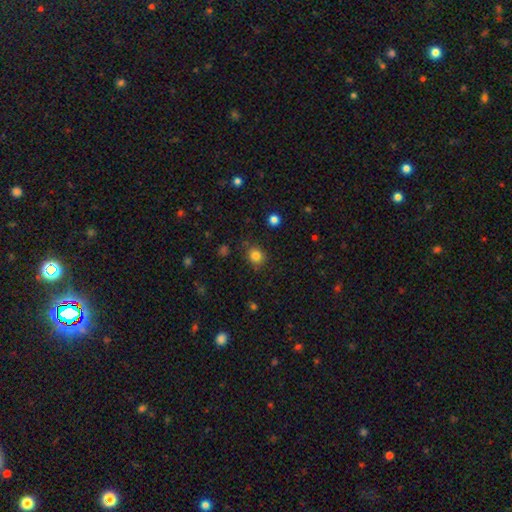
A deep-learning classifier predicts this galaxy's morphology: Overall: smooth (82%). How rounded: round (81%). Merging: none (83%).